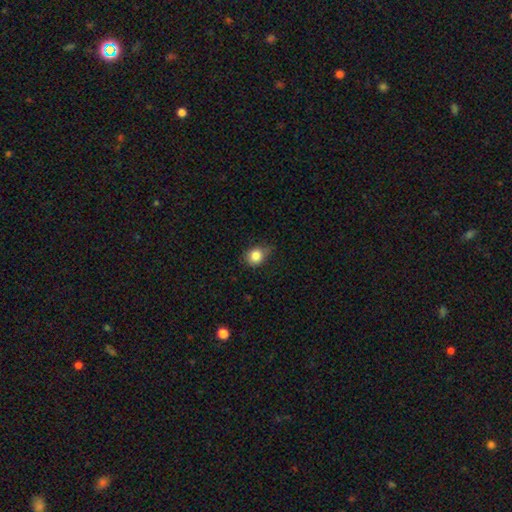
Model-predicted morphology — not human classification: Smooth or featured? Predicted: smooth (p=0.84). How rounded? Predicted: round (p=0.69). Merging? Predicted: none (p=0.64).